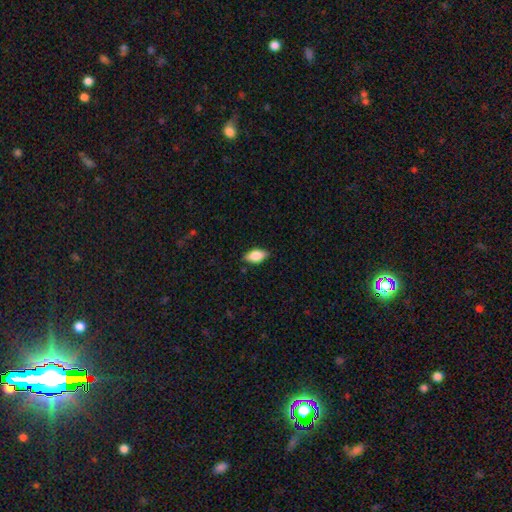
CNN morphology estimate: Overall: smooth (75%). How rounded: in between (88%). Merging: none (85%).